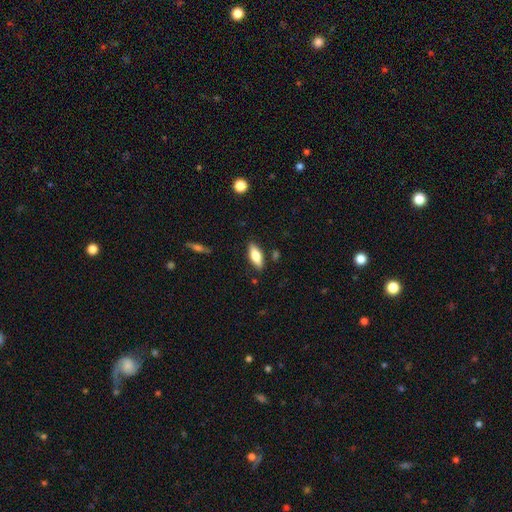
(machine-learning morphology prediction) type=smooth (73%); roundness=in between (74%); merging=none (84%).